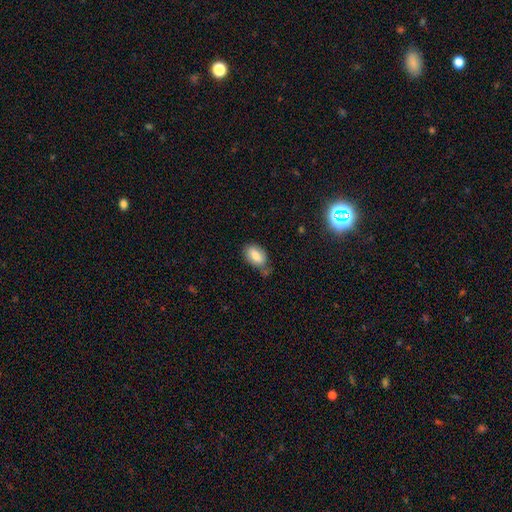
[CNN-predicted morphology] type=smooth (79%); roundness=in between (90%); merging=none (56%).